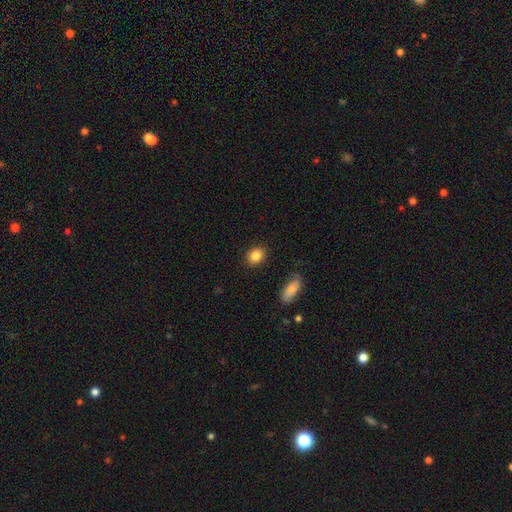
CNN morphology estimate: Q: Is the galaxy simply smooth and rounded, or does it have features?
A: smooth — 85%.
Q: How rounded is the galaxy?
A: in between — 51%.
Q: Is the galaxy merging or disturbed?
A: none — 88%.